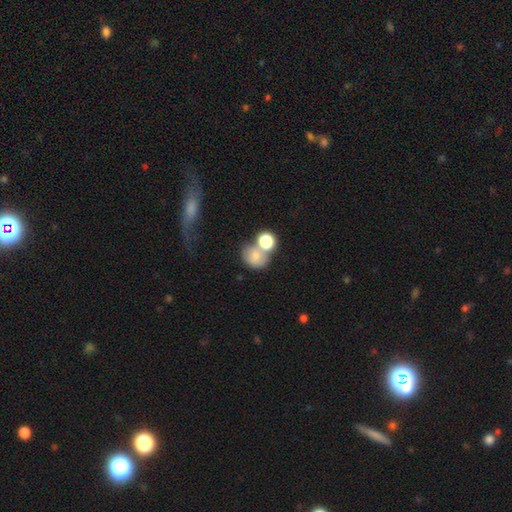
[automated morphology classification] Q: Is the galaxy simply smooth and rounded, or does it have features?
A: smooth — 74%.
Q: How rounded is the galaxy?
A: round — 64%.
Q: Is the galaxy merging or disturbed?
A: merger — 45%.